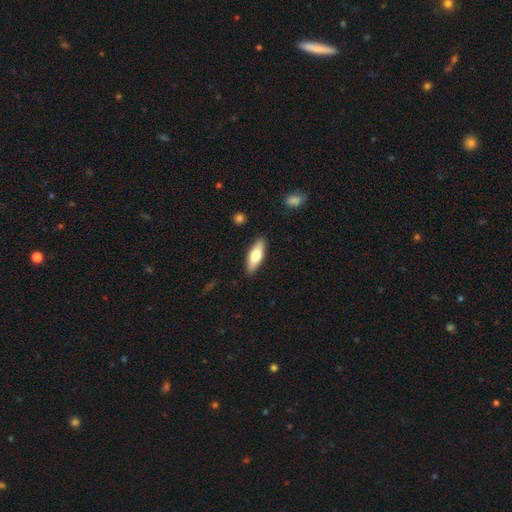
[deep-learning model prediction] Smooth or featured? smooth (64%)
How rounded? in between (58%)
Merging? none (88%)